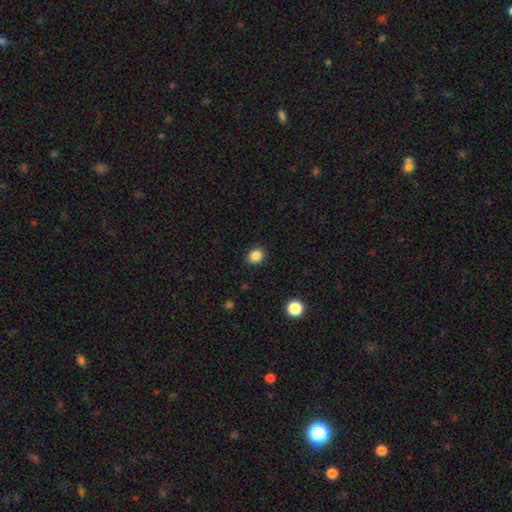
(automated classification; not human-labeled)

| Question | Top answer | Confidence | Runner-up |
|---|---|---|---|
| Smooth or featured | smooth | 86% | star or artifact (11%) |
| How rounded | round | 66% | in between (33%) |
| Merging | none | 90% | minor disturbance (7%) |